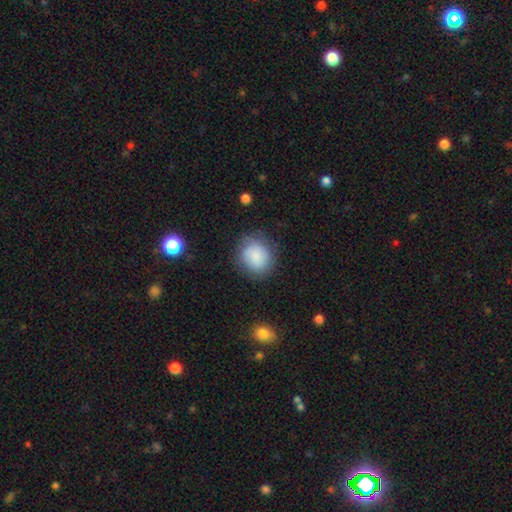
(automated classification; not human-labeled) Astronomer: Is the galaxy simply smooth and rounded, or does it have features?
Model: smooth — 79%.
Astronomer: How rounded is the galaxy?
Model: round — 79%.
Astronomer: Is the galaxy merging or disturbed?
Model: none — 71%.